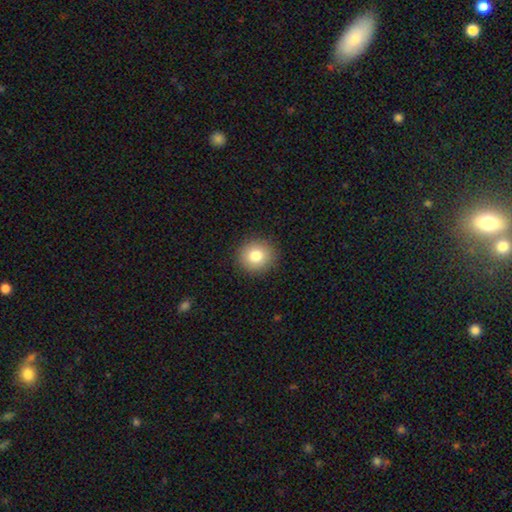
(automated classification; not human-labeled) smooth_or_featured: smooth (p=0.81) [alt: star or artifact p=0.10]
how_rounded: round (p=0.86) [alt: in between p=0.14]
merging: none (p=0.91) [alt: minor disturbance p=0.06]